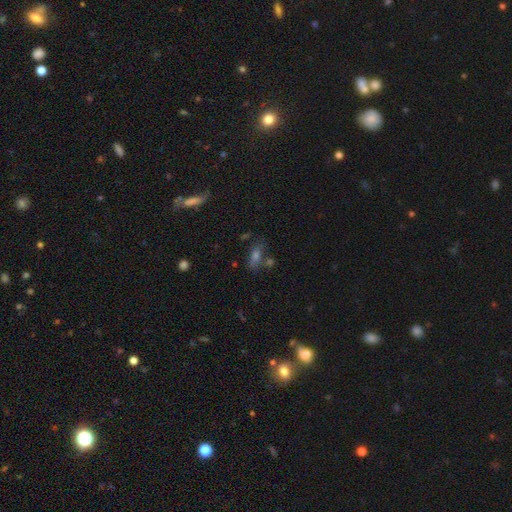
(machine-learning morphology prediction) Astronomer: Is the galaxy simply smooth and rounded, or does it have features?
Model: smooth — 47% (runner-up: featured or disk, 27%).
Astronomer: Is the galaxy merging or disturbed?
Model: none — 63%.